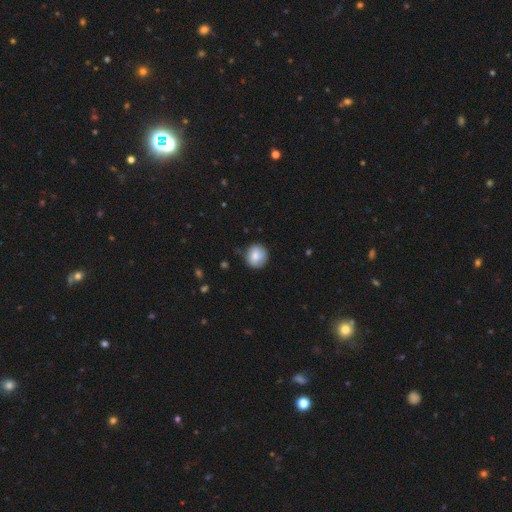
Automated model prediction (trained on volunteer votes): A smooth galaxy with no disk features (81%) that is round (91%). Merging: none (80%).